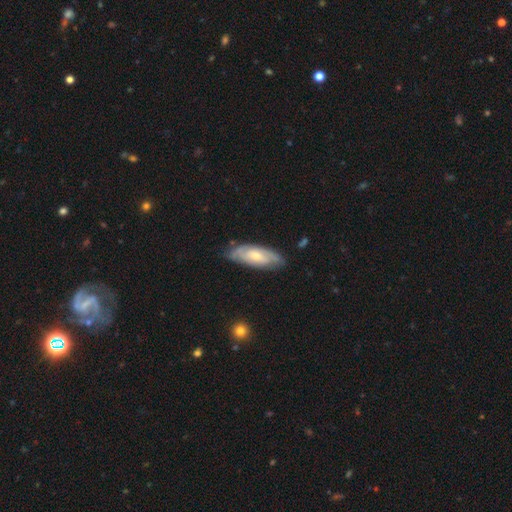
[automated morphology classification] Smooth or featured? featured or disk (59%)
Edge-on disk? no (85%)
Bar? no (66%)
Spiral arms? yes (80%)
Bulge size? small (49%)
Merging? none (73%)